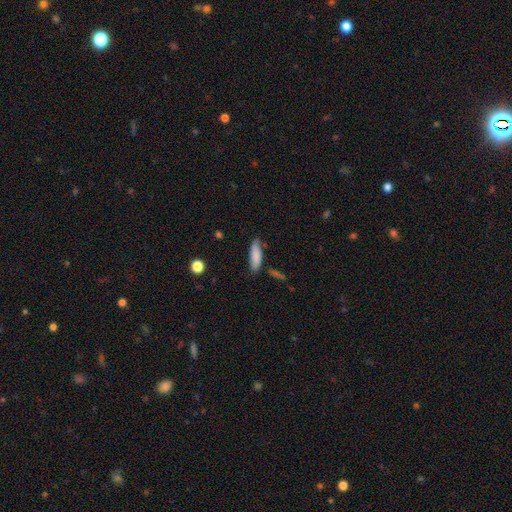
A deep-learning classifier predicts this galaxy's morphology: Smooth or featured? smooth (83%)
How rounded? cigar-shaped (53%)
Merging? none (74%)